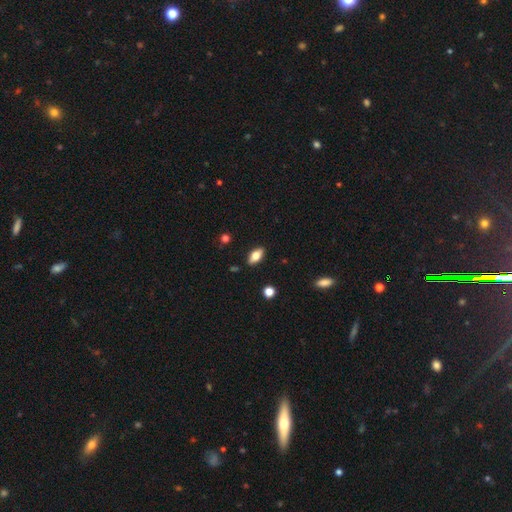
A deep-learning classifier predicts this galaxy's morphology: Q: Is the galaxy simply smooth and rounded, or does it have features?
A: smooth — 72%.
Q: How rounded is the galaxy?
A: in between — 86%.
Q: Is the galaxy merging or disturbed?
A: none — 87%.